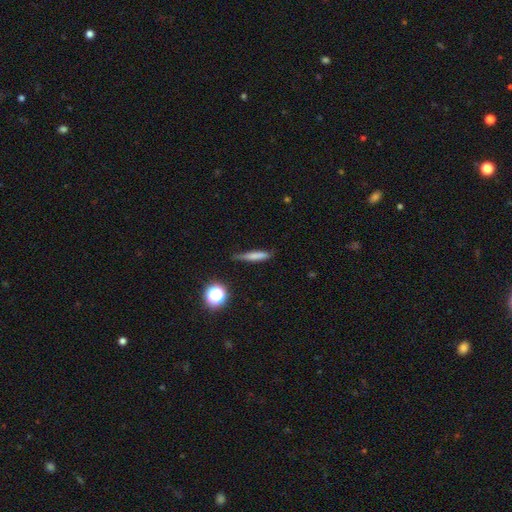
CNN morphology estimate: type=smooth (70%); roundness=cigar-shaped (85%); merging=none (67%).